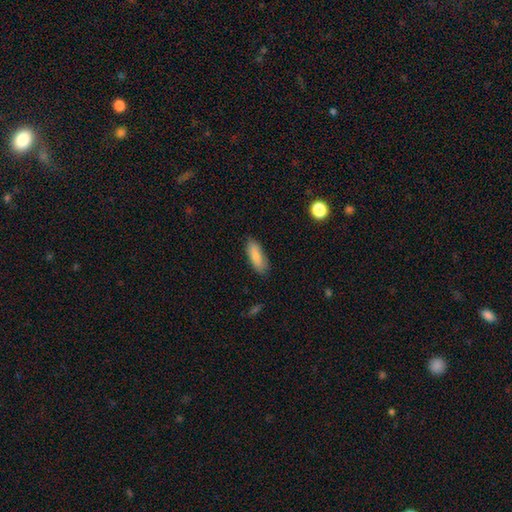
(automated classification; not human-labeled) Smooth or featured? Predicted: smooth (p=0.85). How rounded? Predicted: in between (p=0.65). Merging? Predicted: none (p=0.84).